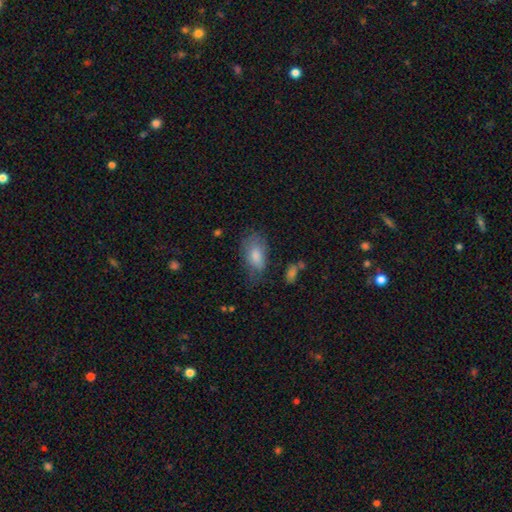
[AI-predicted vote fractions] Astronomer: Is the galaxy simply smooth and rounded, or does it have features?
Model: smooth — 76%.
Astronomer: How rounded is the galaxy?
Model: in between — 90%.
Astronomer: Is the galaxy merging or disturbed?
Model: none — 57%.